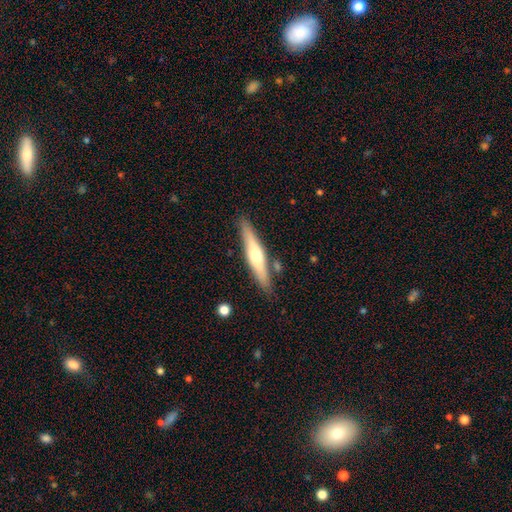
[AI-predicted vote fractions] smooth_or_featured: featured or disk (p=0.53) [alt: smooth p=0.41]
disk_edge_on: yes (p=0.92) [alt: no p=0.08]
merging: none (p=0.84) [alt: minor disturbance p=0.10]